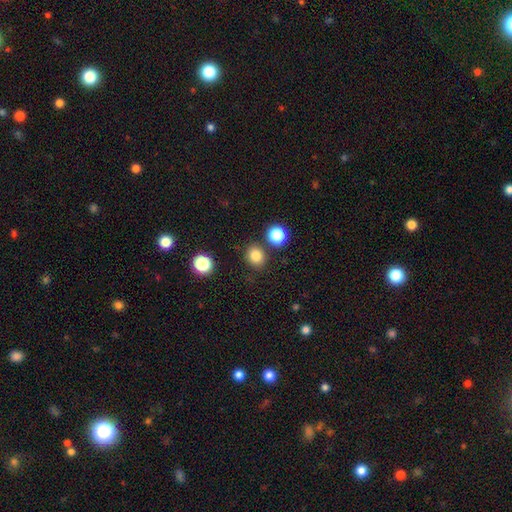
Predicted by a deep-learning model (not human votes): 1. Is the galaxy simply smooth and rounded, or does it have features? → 82% smooth, 13% star or artifact, 5% featured or disk.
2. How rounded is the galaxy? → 75% round, 24% in between, 1% cigar-shaped.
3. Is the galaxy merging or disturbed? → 81% none, 8% minor disturbance, 8% merger, 3% major disturbance.